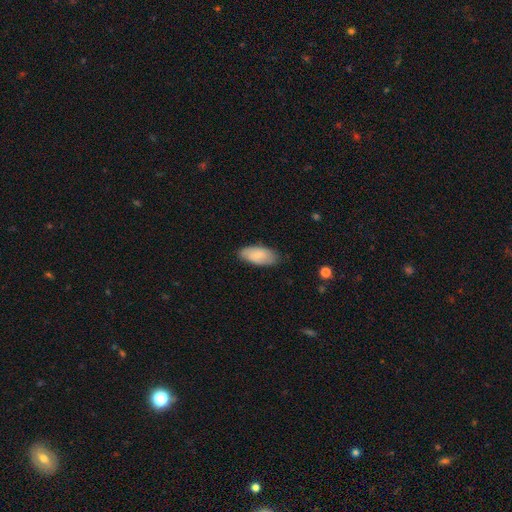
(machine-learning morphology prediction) smooth_or_featured: smooth (p=0.77) [alt: featured or disk p=0.17]
how_rounded: in between (p=0.92) [alt: cigar-shaped p=0.05]
merging: none (p=0.77) [alt: minor disturbance p=0.19]